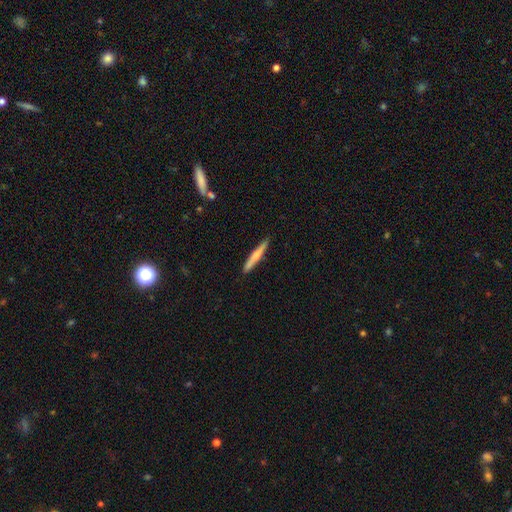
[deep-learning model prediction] Q: Smooth or featured?
A: smooth (59%); runner-up: featured or disk (36%)
Q: How rounded?
A: cigar-shaped (95%); runner-up: in between (4%)
Q: Merging?
A: none (89%); runner-up: minor disturbance (8%)